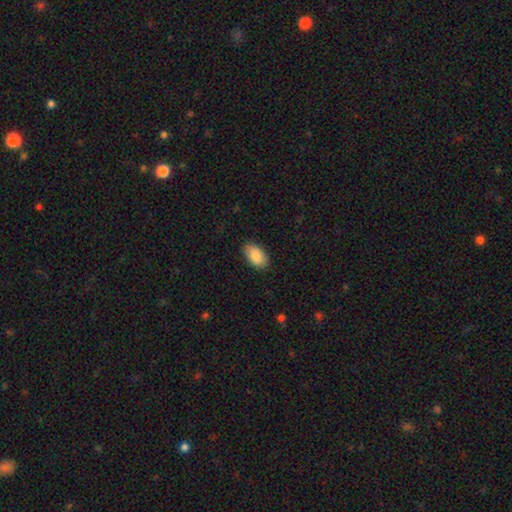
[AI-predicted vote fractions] A smooth galaxy with no disk features (87%) that is in between round and cigar-shaped (94%). Merging: none (86%).